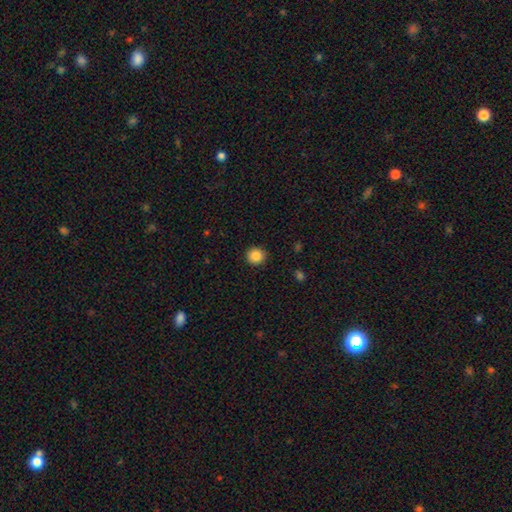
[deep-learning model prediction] Overall: smooth (87%). How rounded: round (94%). Merging: none (91%).